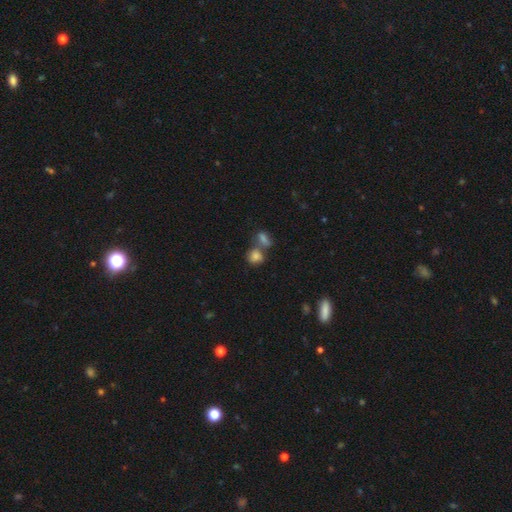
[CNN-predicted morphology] Smooth or featured? Predicted: smooth (p=0.80). How rounded? Predicted: round (p=0.63). Merging? Predicted: merger (p=0.47).